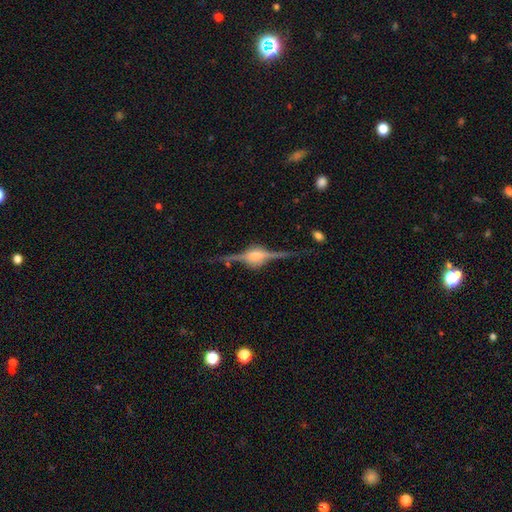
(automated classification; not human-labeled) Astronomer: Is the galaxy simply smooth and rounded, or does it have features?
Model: featured or disk — 90%.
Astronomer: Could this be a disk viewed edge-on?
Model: yes — 98%.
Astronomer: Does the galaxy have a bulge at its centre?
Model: rounded — 87%.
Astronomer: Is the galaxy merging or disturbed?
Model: none — 84%.